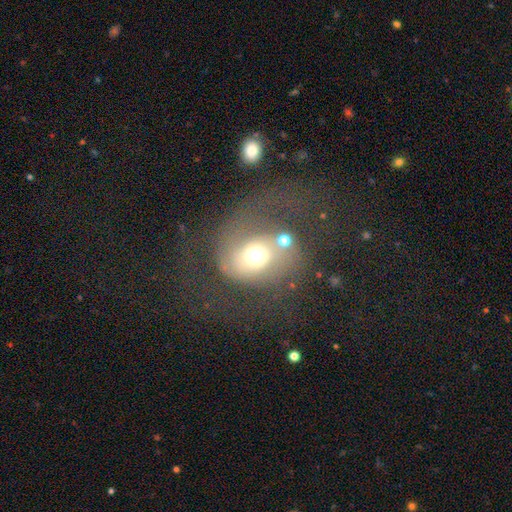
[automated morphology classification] Smooth or featured?
  - featured or disk: 55% *
  - smooth: 35%
  - star or artifact: 10%
Edge-on disk?
  - no: 97% *
  - yes: 3%
Bar?
  - no: 76% *
  - weak: 19%
  - strong: 5%
Spiral arms?
  - yes: 72% *
  - no: 28%
Bulge size?
  - moderate: 66% *
  - large: 19%
  - small: 10%
  - dominant: 4%
  - none: 1%
Merging?
  - major disturbance: 43% *
  - none: 33%
  - minor disturbance: 16%
  - merger: 8%